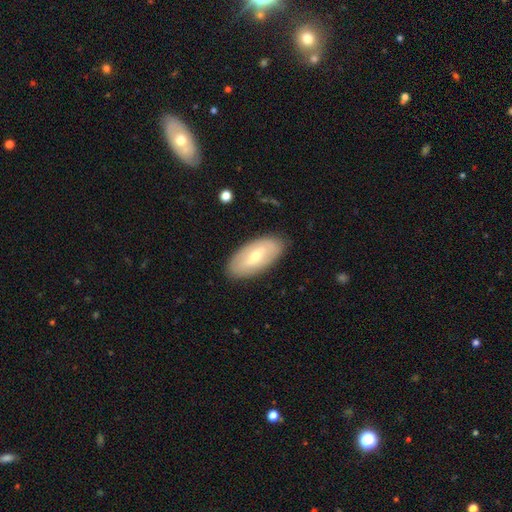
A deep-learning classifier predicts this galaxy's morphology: Overall: featured or disk (53%; smooth 41%). Edge-on disk: no (84%). Merging: none (86%).